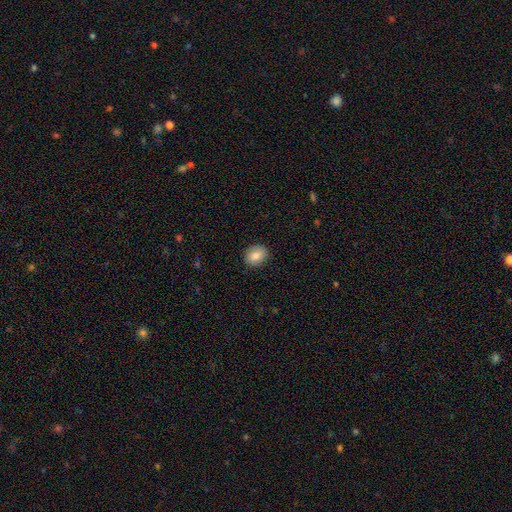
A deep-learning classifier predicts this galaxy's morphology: The model was most divided on "how rounded": round: 59%, in between: 40%, cigar-shaped: 1%. More confident: merging — none (86%); smooth or featured — smooth (81%).